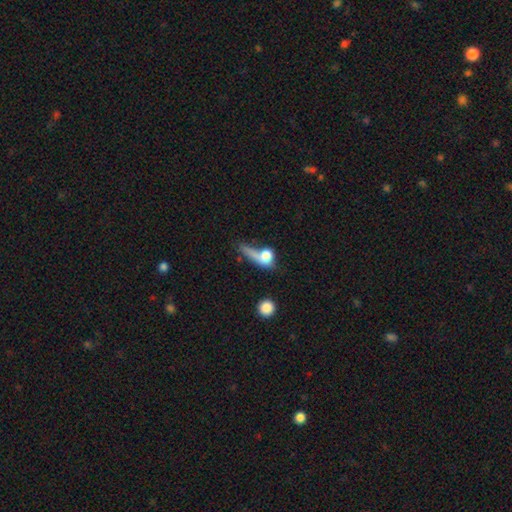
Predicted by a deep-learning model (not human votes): smooth_or_featured: smooth (p=0.63) [alt: featured or disk p=0.26]
how_rounded: round (p=0.42) [alt: in between p=0.36]
merging: major disturbance (p=0.38) [alt: none p=0.25]